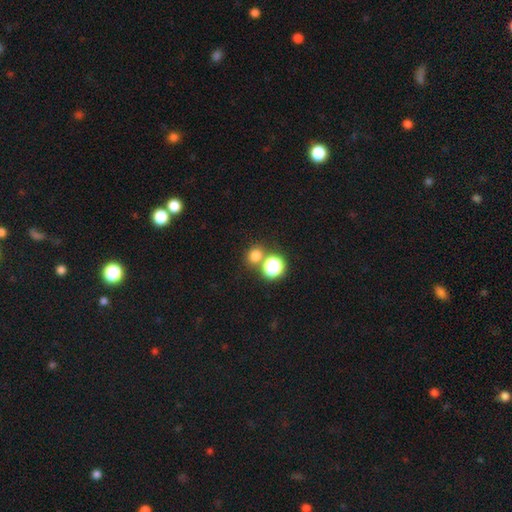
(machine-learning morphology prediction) Smooth or featured? Predicted: smooth (p=0.73). How rounded? Predicted: round (p=0.74). Merging? Predicted: none (p=0.69).